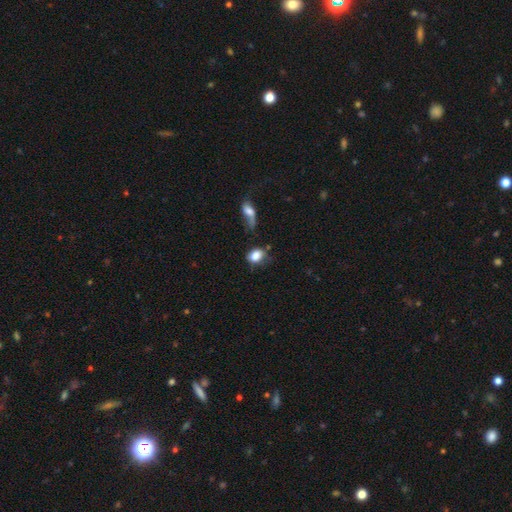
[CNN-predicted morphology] The model was most divided on "merging": none: 44%, minor disturbance: 24%, major disturbance: 16%, merger: 15%. More confident: smooth or featured — smooth (82%); how rounded — in between (69%).